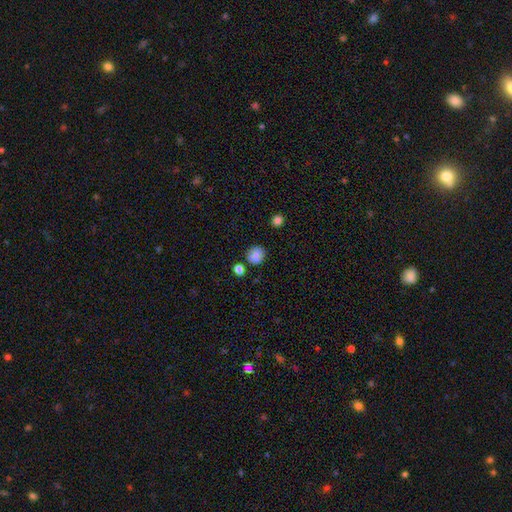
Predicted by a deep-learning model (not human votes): Smooth or featured? Predicted: smooth (p=0.82). How rounded? Predicted: round (p=0.87). Merging? Predicted: none (p=0.81).